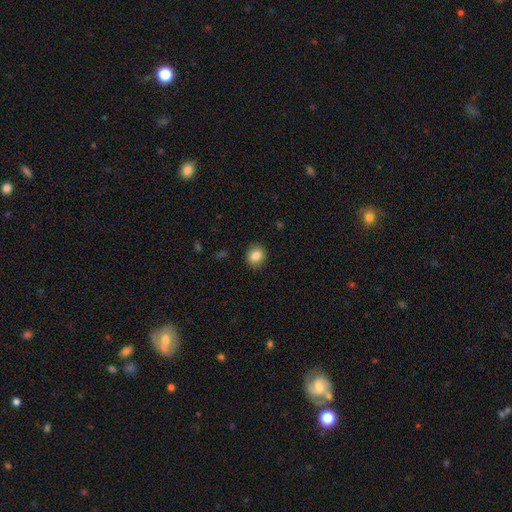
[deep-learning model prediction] Overall: smooth (85%). How rounded: round (74%). Merging: none (89%).